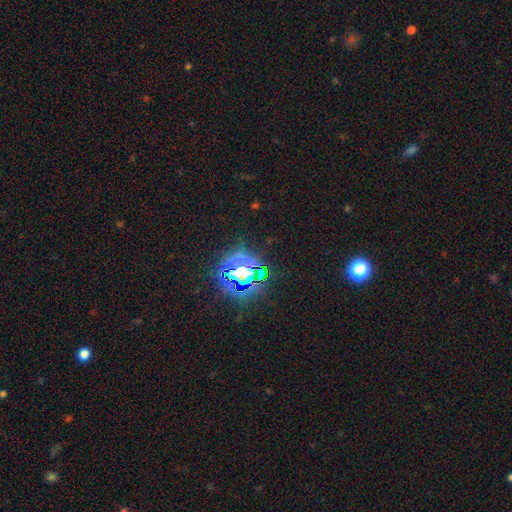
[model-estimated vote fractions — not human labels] Morphology: type=star or artifact (79%).